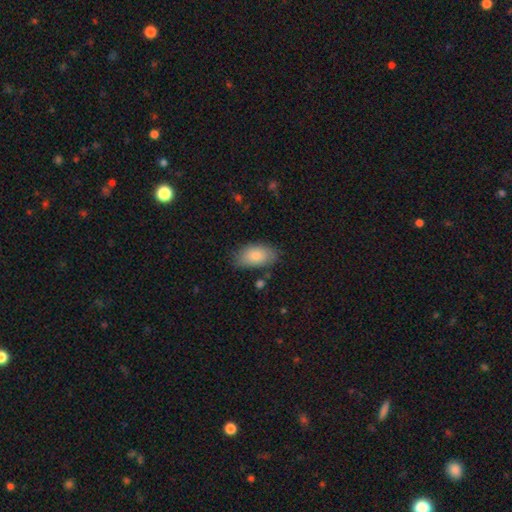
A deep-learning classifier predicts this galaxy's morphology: type=smooth (83%); roundness=in between (94%); merging=none (76%).